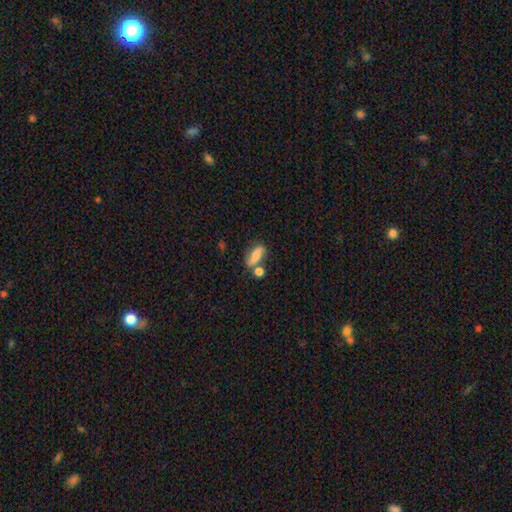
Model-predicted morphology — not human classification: Smooth or featured?
  - smooth: 61% *
  - featured or disk: 30%
  - star or artifact: 9%
How rounded?
  - in between: 70% *
  - cigar-shaped: 22%
  - round: 8%
Merging?
  - none: 55% *
  - merger: 22%
  - minor disturbance: 17%
  - major disturbance: 6%